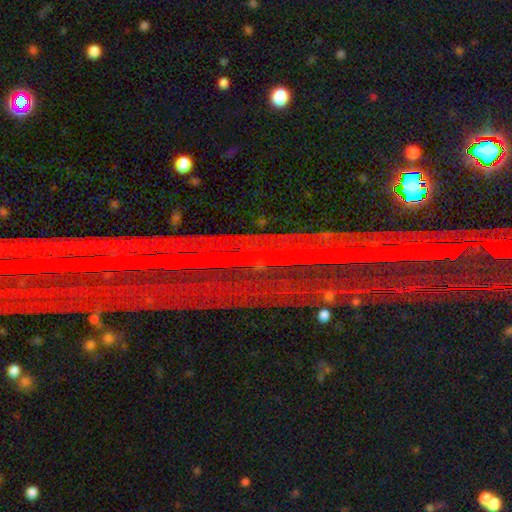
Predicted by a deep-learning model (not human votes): Q: Smooth or featured?
A: star or artifact (81%); runner-up: featured or disk (11%)